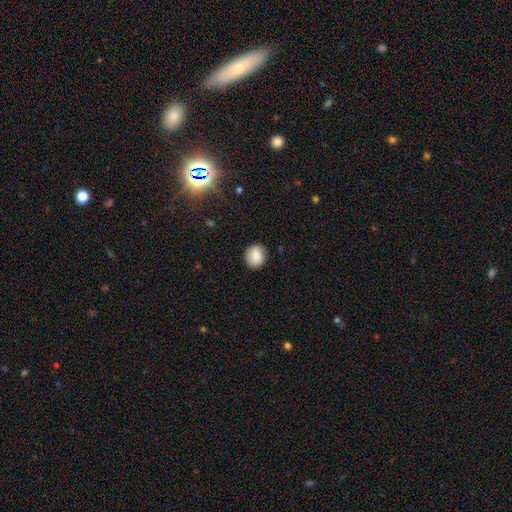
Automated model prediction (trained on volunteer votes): smooth-or-featured: smooth: 80% | featured or disk: 12% | star or artifact: 8%
  how-rounded: round: 77% | in between: 22% | cigar-shaped: 1%
  merging: none: 86% | minor disturbance: 10% | major disturbance: 3% | merger: 1%